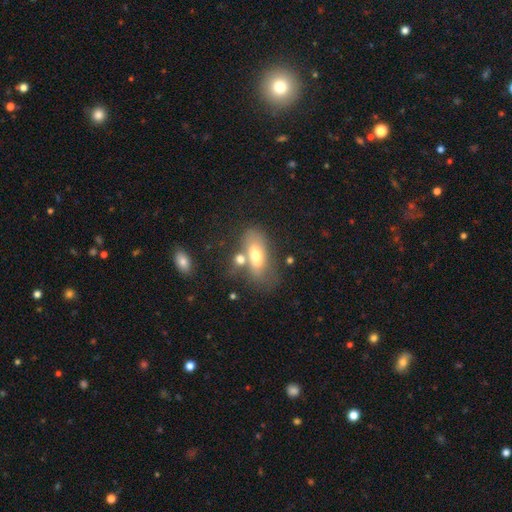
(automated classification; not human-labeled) This is possibly a smooth galaxy (59%). How rounded: clearly in between (82%). Merging: possibly none (48%).